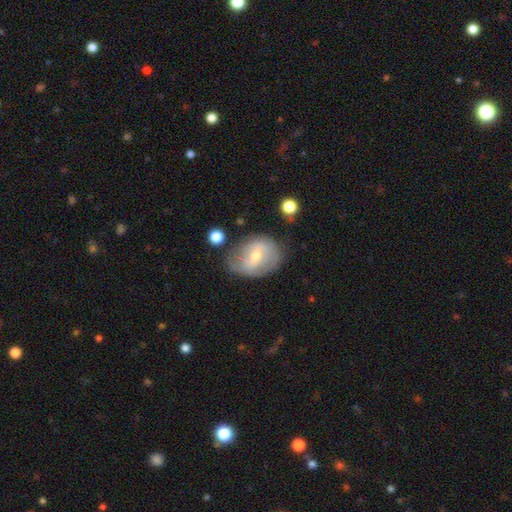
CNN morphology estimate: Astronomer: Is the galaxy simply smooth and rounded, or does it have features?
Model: featured or disk — 61%.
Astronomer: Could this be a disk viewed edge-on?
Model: no — 96%.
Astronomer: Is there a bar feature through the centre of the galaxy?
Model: weak — 52% (runner-up: no, 30%).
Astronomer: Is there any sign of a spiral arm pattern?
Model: yes — 71%.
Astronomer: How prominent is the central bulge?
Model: moderate — 51% (runner-up: small, 45%).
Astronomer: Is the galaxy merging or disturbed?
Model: none — 58%.